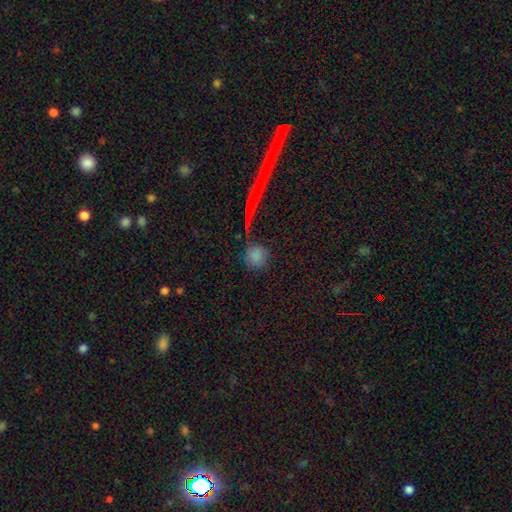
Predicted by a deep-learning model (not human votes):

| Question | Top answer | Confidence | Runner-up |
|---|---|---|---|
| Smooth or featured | smooth | 75% | star or artifact (17%) |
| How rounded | round | 91% | in between (7%) |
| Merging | none | 76% | minor disturbance (13%) |